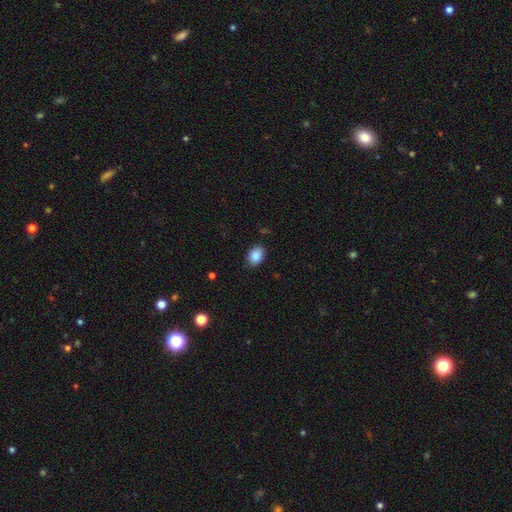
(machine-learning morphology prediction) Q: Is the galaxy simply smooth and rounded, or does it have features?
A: smooth — 88%.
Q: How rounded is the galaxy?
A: in between — 73%.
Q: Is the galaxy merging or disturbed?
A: none — 86%.